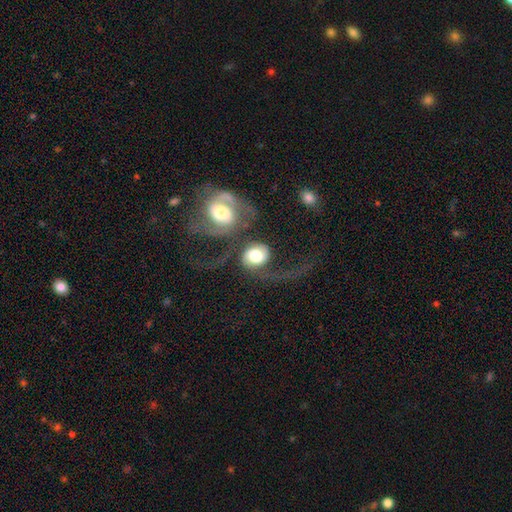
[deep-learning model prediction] Smooth or featured?
  - featured or disk: 64% *
  - smooth: 29%
  - star or artifact: 6%
Edge-on disk?
  - no: 96% *
  - yes: 4%
Bar?
  - no: 66% *
  - weak: 26%
  - strong: 8%
Spiral arms?
  - yes: 89% *
  - no: 11%
Spiral winding?
  - loose: 59% *
  - medium: 30%
  - tight: 11%
Spiral arm count?
  - 2: 79% *
  - 1: 13%
  - can't tell: 4%
  - 3: 1%
  - 4: 1%
  - more than 4: 1%
Bulge size?
  - large: 44% *
  - moderate: 36%
  - dominant: 13%
  - small: 5%
  - none: 2%
Merging?
  - merger: 43% *
  - none: 25%
  - major disturbance: 22%
  - minor disturbance: 10%